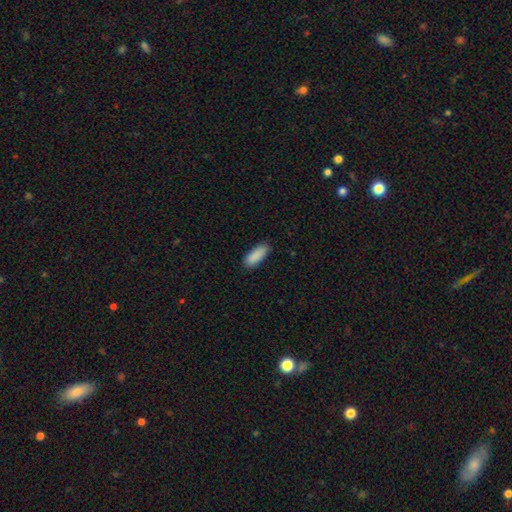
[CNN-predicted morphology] Smooth or featured? smooth (90%)
How rounded? in between (71%)
Merging? none (83%)